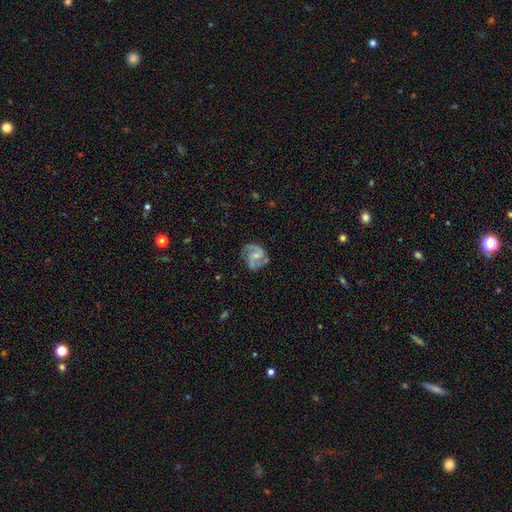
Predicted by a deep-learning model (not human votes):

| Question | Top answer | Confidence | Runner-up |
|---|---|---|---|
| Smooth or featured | featured or disk | 84% | smooth (11%) |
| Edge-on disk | no | 98% | yes (2%) |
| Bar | weak | 46% | no (42%) |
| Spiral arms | yes | 96% | no (4%) |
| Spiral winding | medium | 55% | tight (23%) |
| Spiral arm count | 2 | 83% | 3 (7%) |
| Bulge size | small | 55% | moderate (34%) |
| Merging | none | 70% | minor disturbance (20%) |